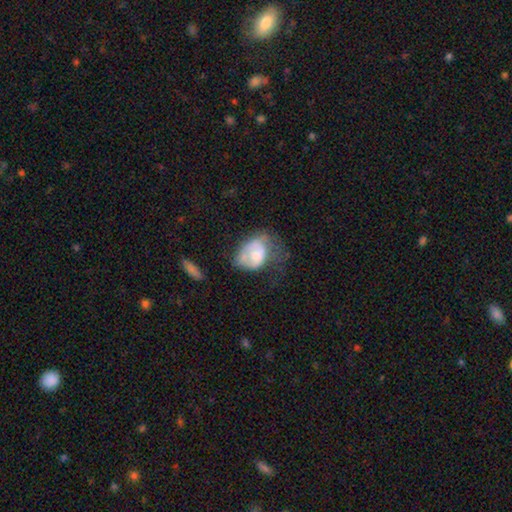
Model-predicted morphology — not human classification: Overall: smooth (54%; featured or disk 38%). How rounded: in between (74%). Merging: major disturbance (39%; minor disturbance 30%).